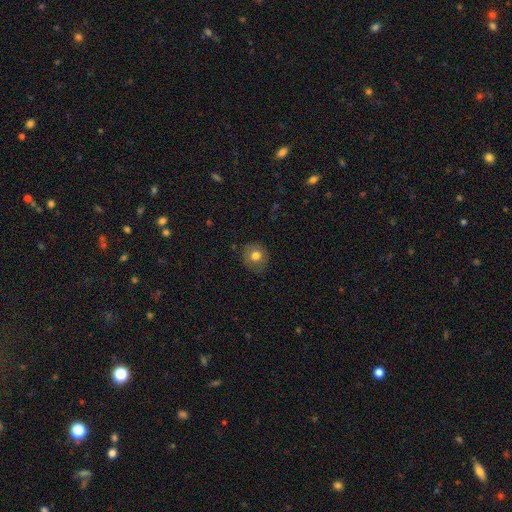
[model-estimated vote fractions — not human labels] This is likely a smooth galaxy (76%). How rounded: clearly round (89%). Merging: clearly none (85%).